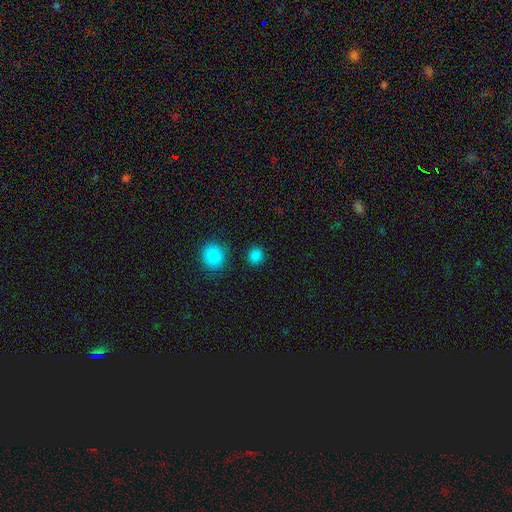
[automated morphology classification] smooth-or-featured: smooth: 84% | star or artifact: 13% | featured or disk: 3%
  how-rounded: round: 85% | in between: 14% | cigar-shaped: 1%
  merging: none: 86% | minor disturbance: 7% | merger: 4% | major disturbance: 3%